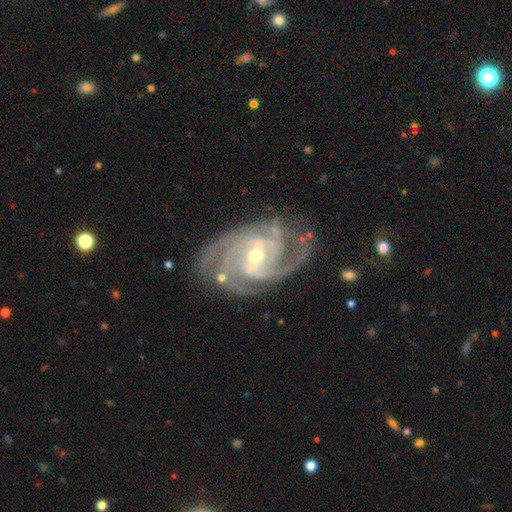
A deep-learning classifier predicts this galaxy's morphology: Q: Smooth or featured?
A: featured or disk (93%); runner-up: star or artifact (5%)
Q: Edge-on disk?
A: no (97%); runner-up: yes (3%)
Q: Bar?
A: weak (45%); runner-up: strong (34%)
Q: Spiral arms?
A: yes (98%); runner-up: no (2%)
Q: Spiral winding?
A: tight (54%); runner-up: medium (40%)
Q: Spiral arm count?
A: 3 (35%); runner-up: 2 (23%)
Q: Bulge size?
A: small (54%); runner-up: moderate (43%)
Q: Merging?
A: none (72%); runner-up: minor disturbance (18%)